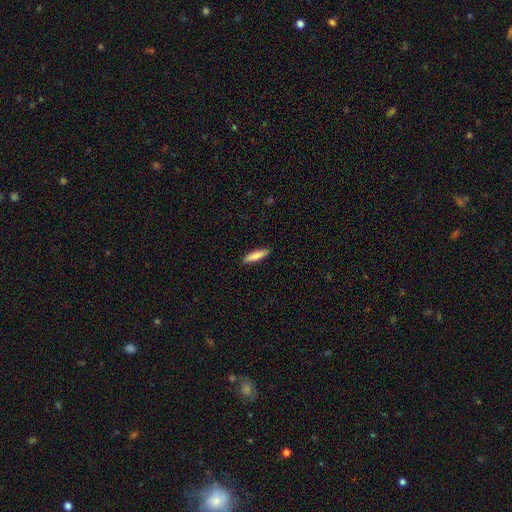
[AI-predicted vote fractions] Smooth or featured? smooth (85%)
How rounded? cigar-shaped (73%)
Merging? none (90%)